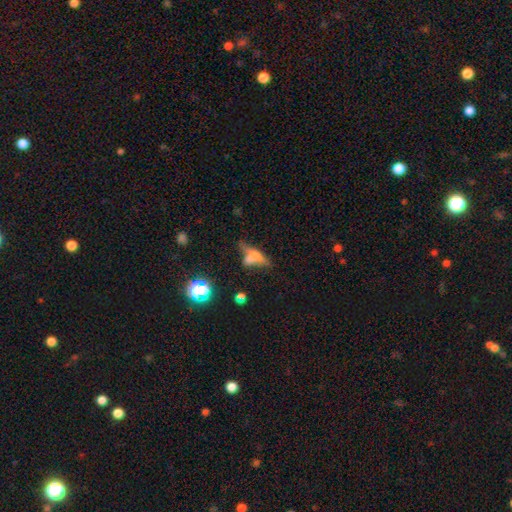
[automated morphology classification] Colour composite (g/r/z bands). It shows a smooth galaxy with no disk features (47%). Merging: none (32%).